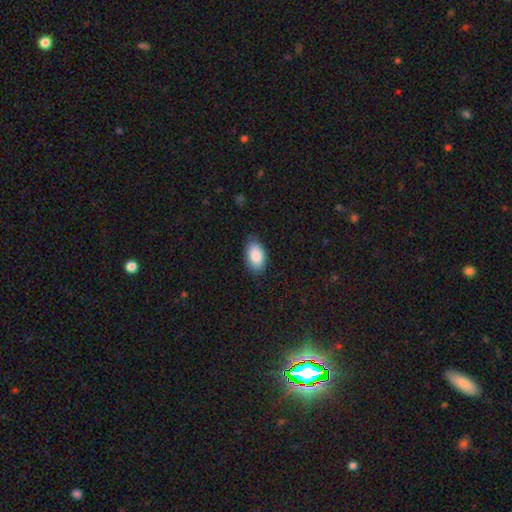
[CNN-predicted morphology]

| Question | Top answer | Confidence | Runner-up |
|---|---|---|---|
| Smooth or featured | smooth | 87% | featured or disk (7%) |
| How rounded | in between | 94% | round (5%) |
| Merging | none | 80% | minor disturbance (16%) |